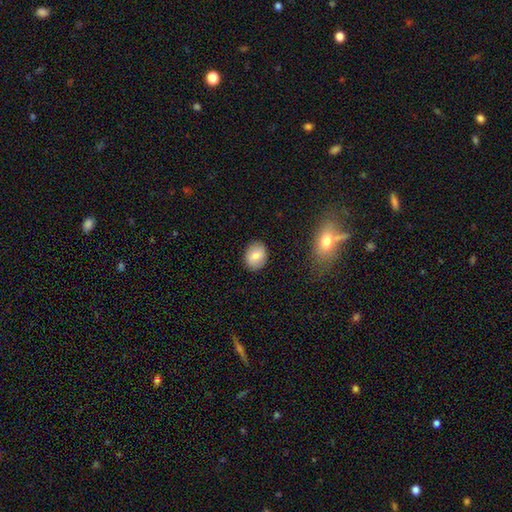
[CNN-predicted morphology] This is likely a smooth galaxy (79%). How rounded: possibly round (51%). Merging: clearly none (88%).